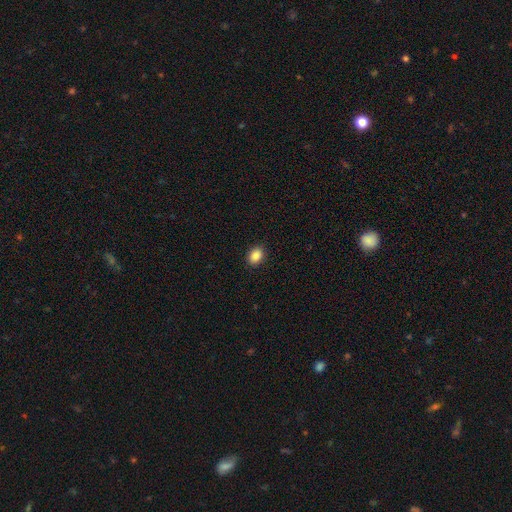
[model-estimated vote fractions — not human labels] A smooth galaxy with no disk features (88%) that is in between round and cigar-shaped (68%).

Vote fractions:
- Smooth or featured? smooth: 88% / star or artifact: 9% / featured or disk: 3%
- How rounded? in between: 68% / round: 31% / cigar-shaped: 1%
- Merging? none: 90% / minor disturbance: 7% / major disturbance: 2% / merger: 1%